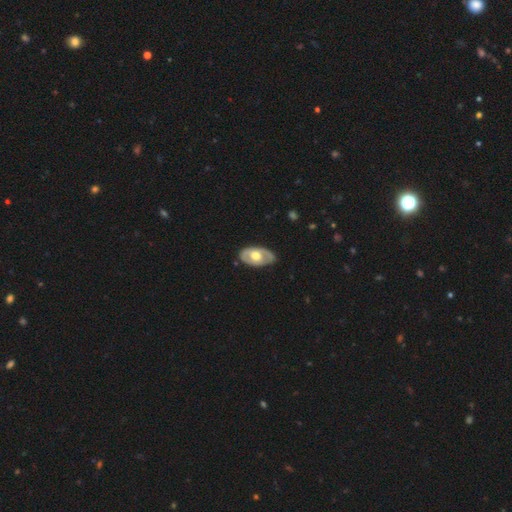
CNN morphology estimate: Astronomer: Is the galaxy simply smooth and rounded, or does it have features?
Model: featured or disk — 58% (runner-up: smooth, 38%).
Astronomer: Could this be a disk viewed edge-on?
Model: no — 87%.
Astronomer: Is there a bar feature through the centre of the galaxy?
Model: no — 82%.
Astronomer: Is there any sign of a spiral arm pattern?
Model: no — 74%.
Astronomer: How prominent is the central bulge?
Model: moderate — 68%.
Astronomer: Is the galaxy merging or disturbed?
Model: none — 79%.